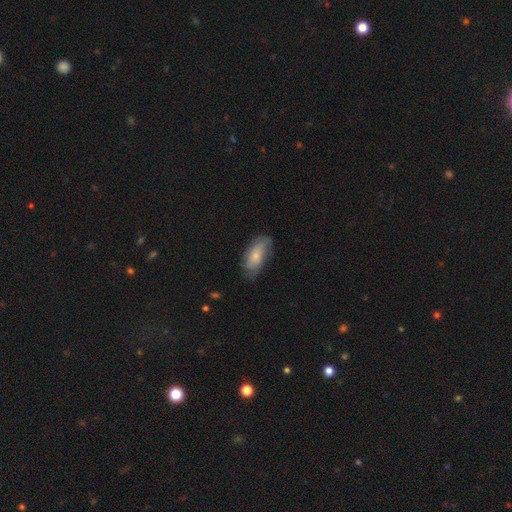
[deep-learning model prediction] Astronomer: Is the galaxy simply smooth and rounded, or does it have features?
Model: smooth — 58% (runner-up: featured or disk, 36%).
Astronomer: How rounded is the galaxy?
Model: in between — 86%.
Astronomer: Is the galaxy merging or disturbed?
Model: none — 65%.